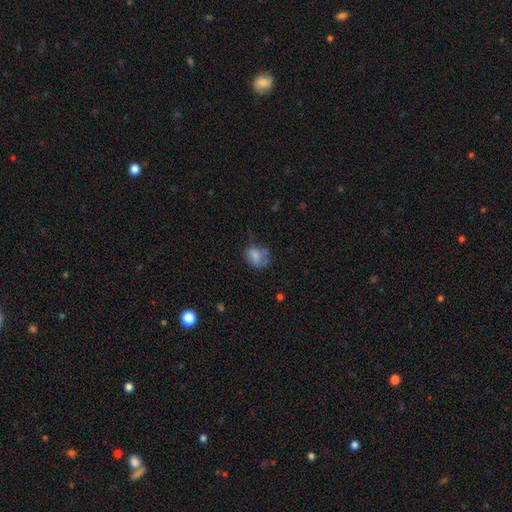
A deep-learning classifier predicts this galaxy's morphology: This is likely a smooth galaxy (71%). How rounded: likely in between (62%). Merging: marginally none (38%).